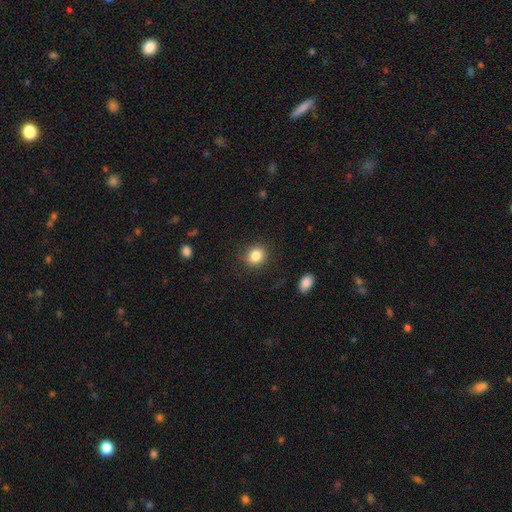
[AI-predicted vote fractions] Smooth or featured?
  - smooth: 84% *
  - star or artifact: 10%
  - featured or disk: 5%
How rounded?
  - round: 75% *
  - in between: 24%
  - cigar-shaped: 1%
Merging?
  - none: 84% *
  - minor disturbance: 12%
  - major disturbance: 3%
  - merger: 2%